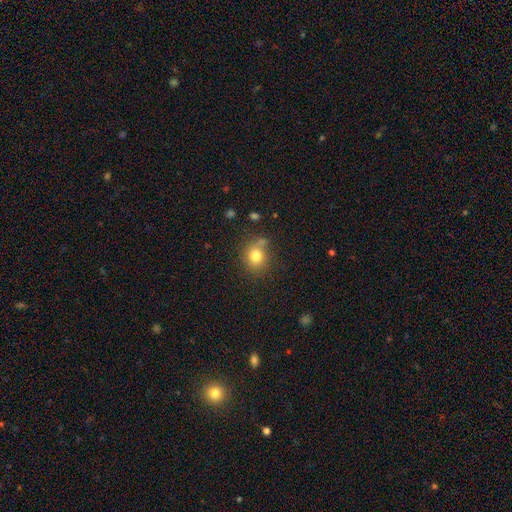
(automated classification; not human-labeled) This is likely a smooth galaxy (79%). How rounded: likely round (71%). Merging: likely none (68%).